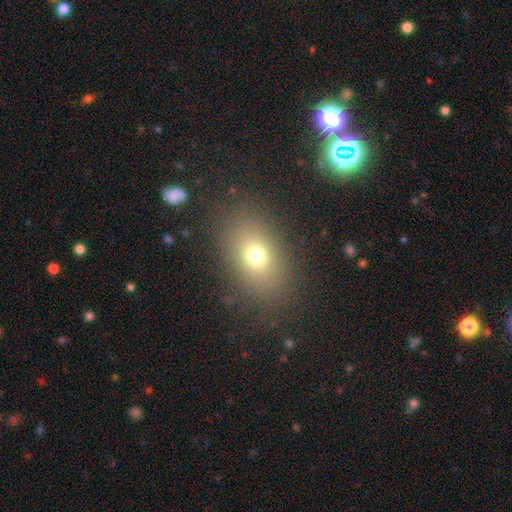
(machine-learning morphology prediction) This appears to be a smooth galaxy with no disk features (72%) that is in between round and cigar-shaped (76%). Merging: none (83%).